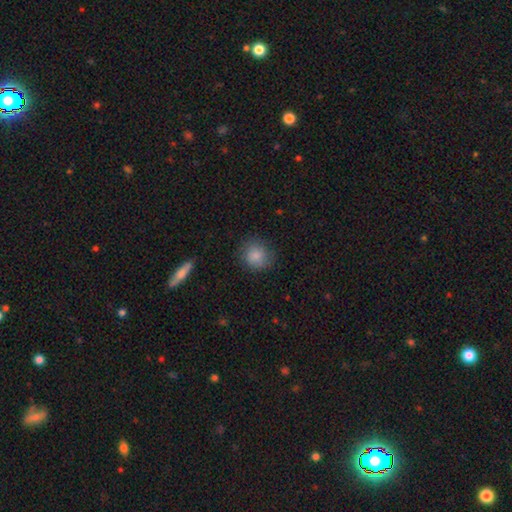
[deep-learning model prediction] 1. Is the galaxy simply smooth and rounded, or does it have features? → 85% smooth, 9% star or artifact, 7% featured or disk.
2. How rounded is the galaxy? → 85% round, 14% in between, 1% cigar-shaped.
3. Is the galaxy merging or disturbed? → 80% none, 14% minor disturbance, 4% major disturbance, 1% merger.